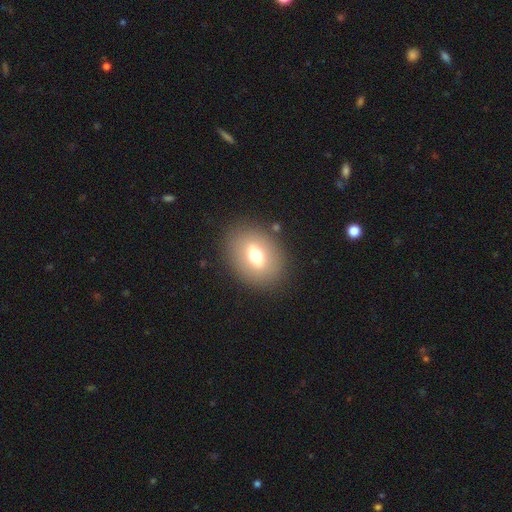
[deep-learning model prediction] smooth 64%, featured or disk 25%, star or artifact 11%. Down the decision tree: how rounded — in between (61%); merging — none (84%).